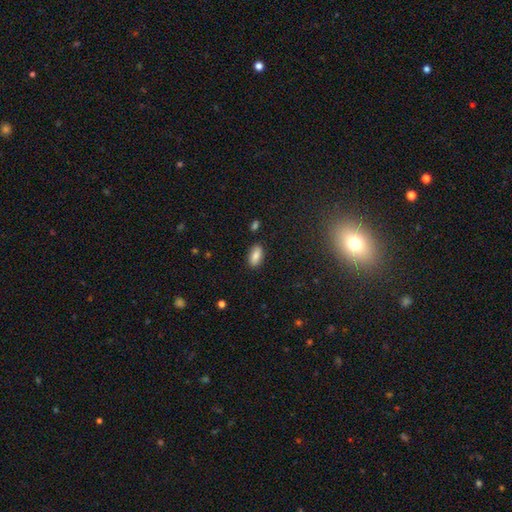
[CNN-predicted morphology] smooth_or_featured: smooth (p=0.82) [alt: featured or disk p=0.09]
how_rounded: in between (p=0.90) [alt: cigar-shaped p=0.06]
merging: none (p=0.86) [alt: minor disturbance p=0.10]